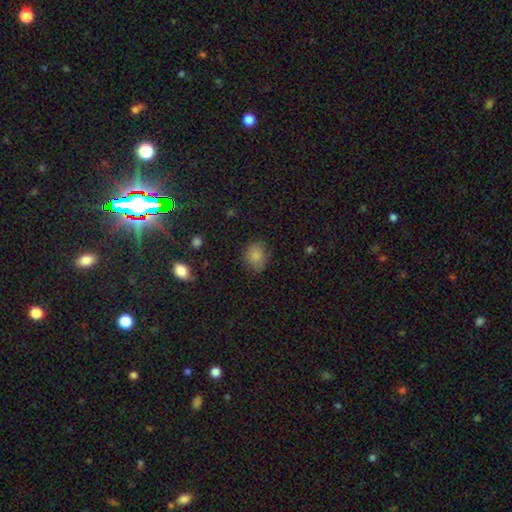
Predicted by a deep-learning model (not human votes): Smooth or featured: smooth — 83% (star or artifact — 10%)
How rounded: in between — 51% (round — 48%)
Merging: none — 78% (minor disturbance — 16%)